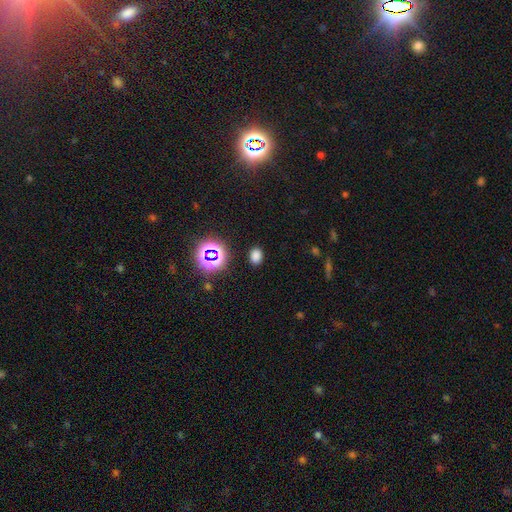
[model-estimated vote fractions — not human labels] Smooth or featured? smooth (73%)
How rounded? in between (72%)
Merging? none (87%)